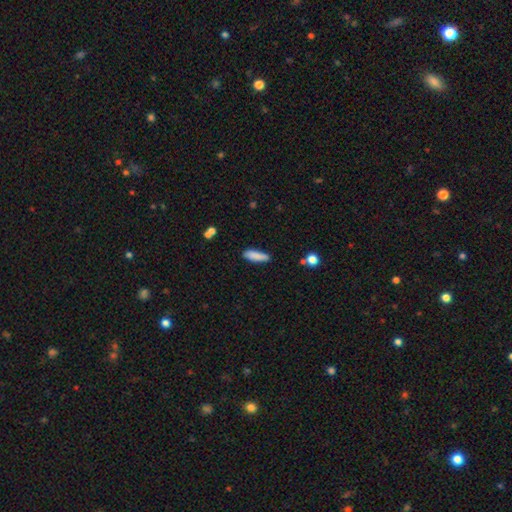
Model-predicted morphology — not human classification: Smooth or featured: smooth — 86% (featured or disk — 7%)
How rounded: cigar-shaped — 60% (in between — 38%)
Merging: none — 82% (minor disturbance — 13%)